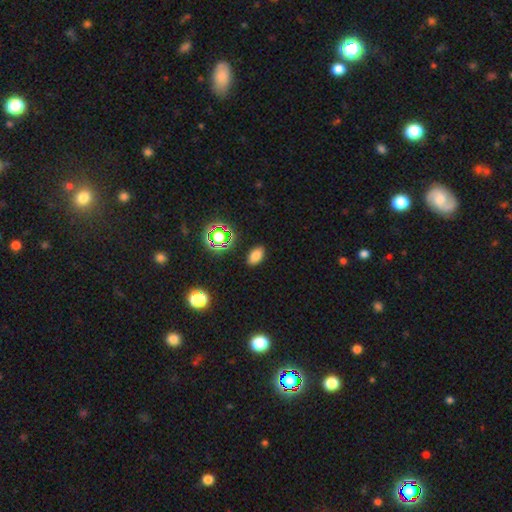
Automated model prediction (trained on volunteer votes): A smooth galaxy with no disk features (75%) that is in between round and cigar-shaped (90%).

Vote fractions:
- Smooth or featured? smooth: 75% / star or artifact: 18% / featured or disk: 7%
- How rounded? in between: 90% / round: 8% / cigar-shaped: 2%
- Merging? none: 88% / minor disturbance: 8% / major disturbance: 2% / merger: 1%